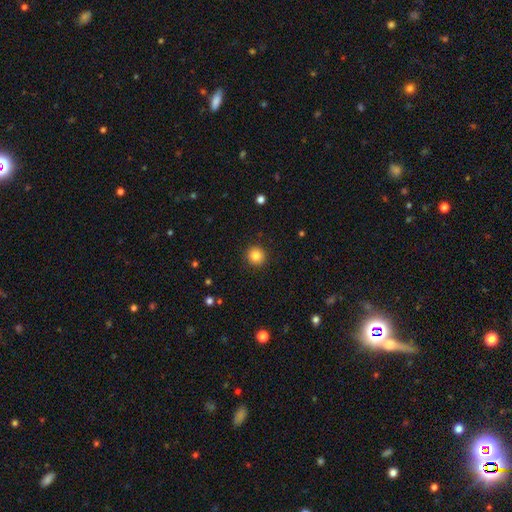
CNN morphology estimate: Smooth or featured? smooth (84%)
How rounded? round (93%)
Merging? none (92%)